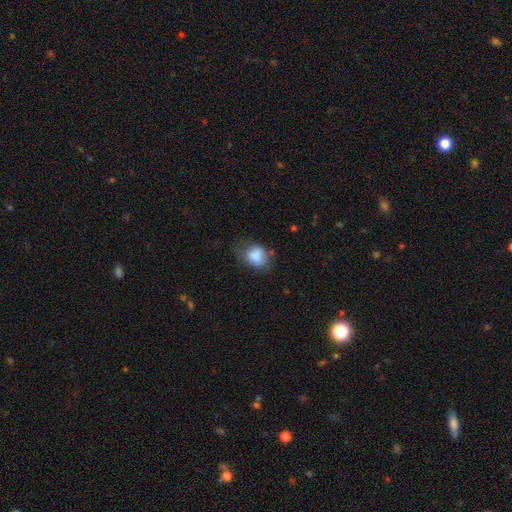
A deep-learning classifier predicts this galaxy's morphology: A smooth galaxy with no disk features (82%) that is in between round and cigar-shaped (60%). Merging: none (44%).